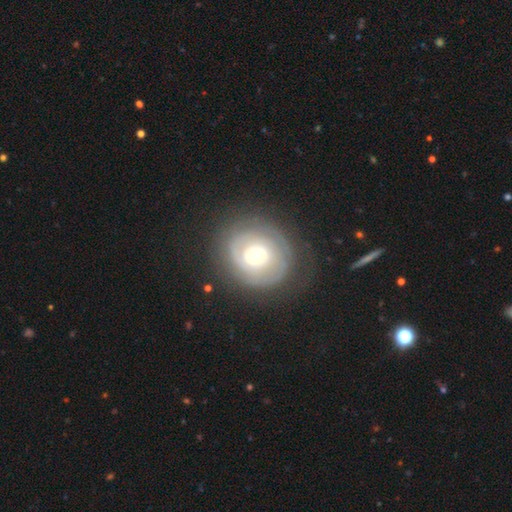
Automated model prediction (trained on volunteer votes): This is likely a featured or disk galaxy (69%). It is clearly not viewed edge-on (97%). Bar: possibly no (56%). Spiral arm pattern: likely yes (77%). Spiral arm count: marginally can't tell (43%). Spiral winding: likely tight (73%). Central bulge: possibly moderate (54%). Merging: likely none (75%).